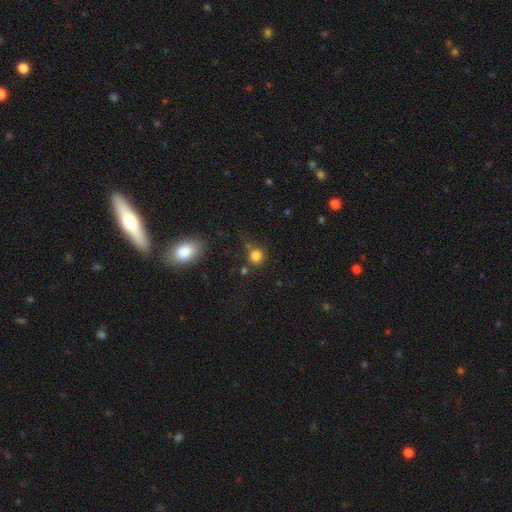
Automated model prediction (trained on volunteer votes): This appears to be a smooth galaxy with no disk features (80%) that is round (91%). Merging: none (71%).